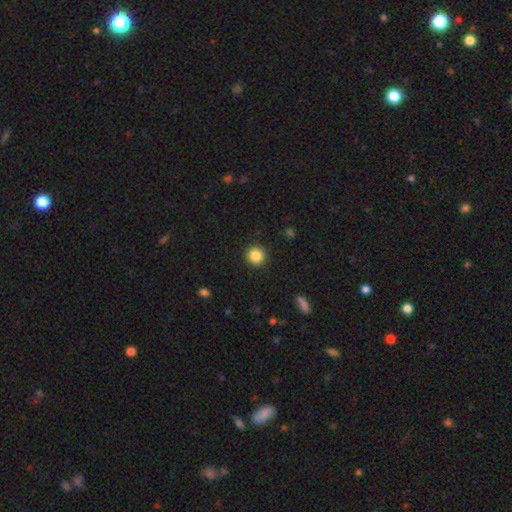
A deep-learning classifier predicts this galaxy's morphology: smooth-or-featured: smooth: 85% | star or artifact: 10% | featured or disk: 4%
  how-rounded: round: 94% | in between: 5% | cigar-shaped: 1%
  merging: none: 92% | minor disturbance: 5% | major disturbance: 2% | merger: 1%